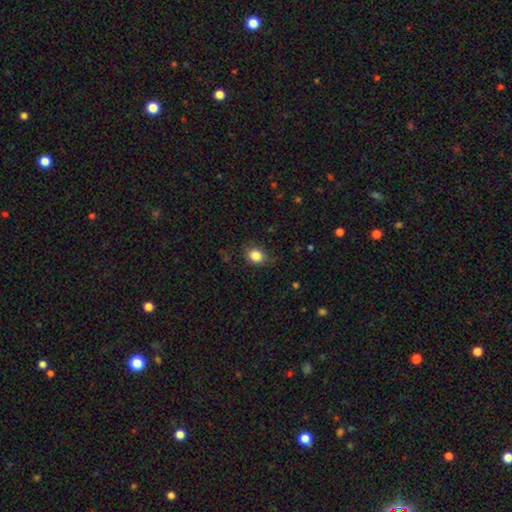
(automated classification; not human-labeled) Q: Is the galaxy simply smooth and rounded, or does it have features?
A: smooth — 85%.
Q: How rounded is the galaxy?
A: round — 62%.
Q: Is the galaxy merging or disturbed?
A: none — 74%.